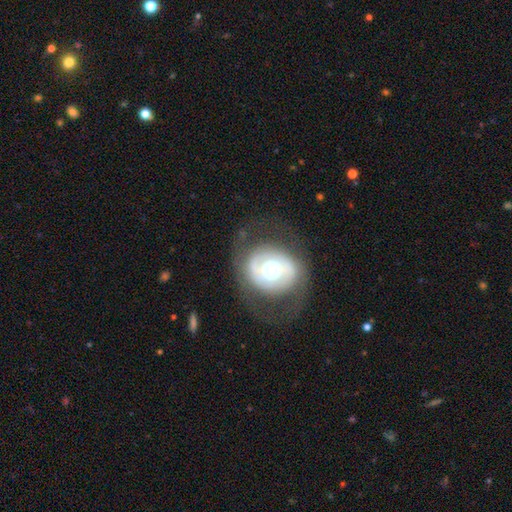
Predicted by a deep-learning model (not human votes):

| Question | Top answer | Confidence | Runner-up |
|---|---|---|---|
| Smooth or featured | featured or disk | 59% | smooth (31%) |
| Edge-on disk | no | 95% | yes (5%) |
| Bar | no | 66% | weak (21%) |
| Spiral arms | no | 60% | yes (40%) |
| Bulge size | moderate | 52% | large (35%) |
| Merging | none | 73% | minor disturbance (13%) |